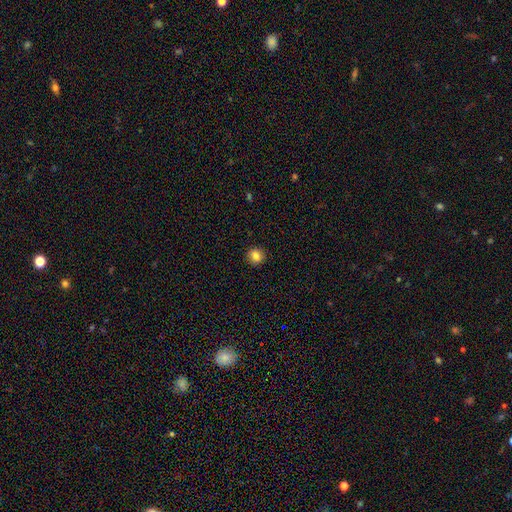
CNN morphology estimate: Smooth or featured? Predicted: smooth (p=0.84). How rounded? Predicted: round (p=0.87). Merging? Predicted: none (p=0.91).